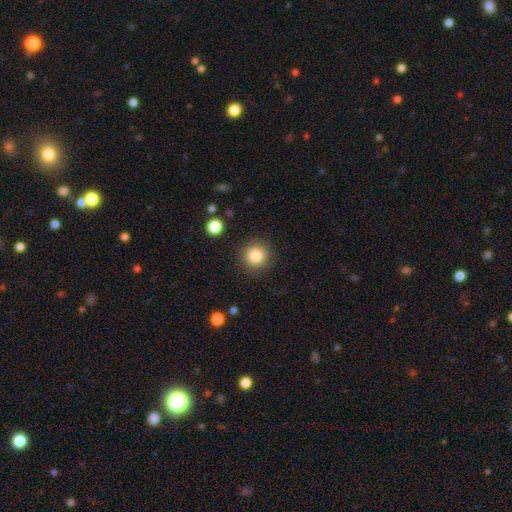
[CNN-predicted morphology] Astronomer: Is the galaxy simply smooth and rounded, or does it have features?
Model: smooth — 83%.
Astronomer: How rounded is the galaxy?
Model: round — 94%.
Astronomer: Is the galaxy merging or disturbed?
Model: none — 88%.